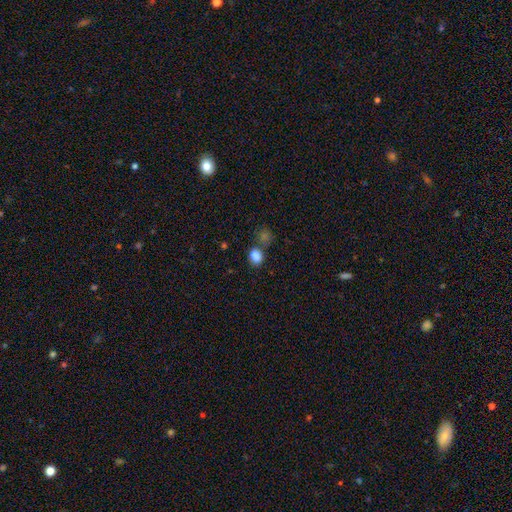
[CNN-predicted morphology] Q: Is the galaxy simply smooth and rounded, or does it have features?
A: smooth — 84%.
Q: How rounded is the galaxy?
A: round — 49%, tied with in between.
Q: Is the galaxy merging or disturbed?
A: none — 65%.